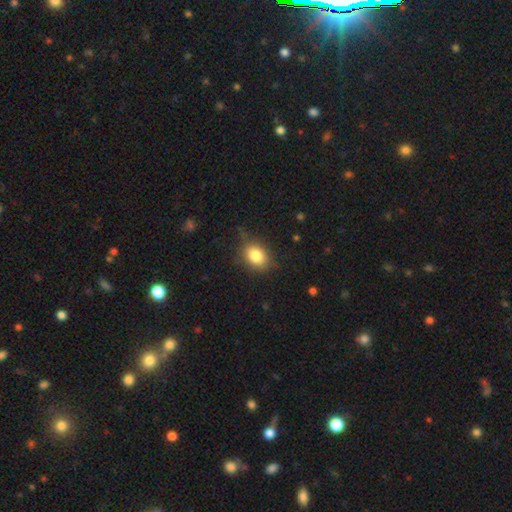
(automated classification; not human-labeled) Q: Smooth or featured?
A: smooth (82%); runner-up: star or artifact (10%)
Q: How rounded?
A: in between (57%); runner-up: round (42%)
Q: Merging?
A: none (75%); runner-up: minor disturbance (18%)